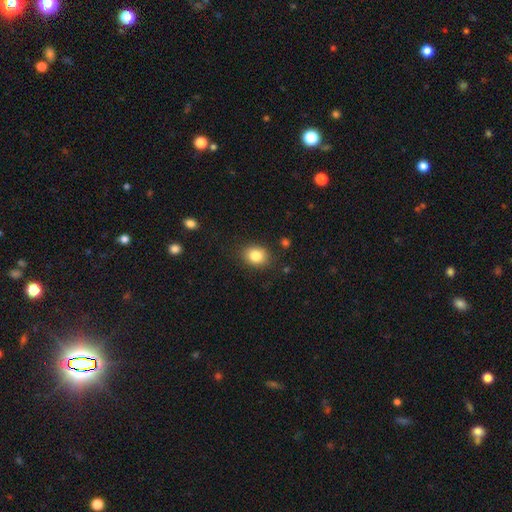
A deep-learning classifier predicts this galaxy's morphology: smooth 84%, star or artifact 9%, featured or disk 7%. Down the decision tree: how rounded — in between (50%); merging — none (85%).